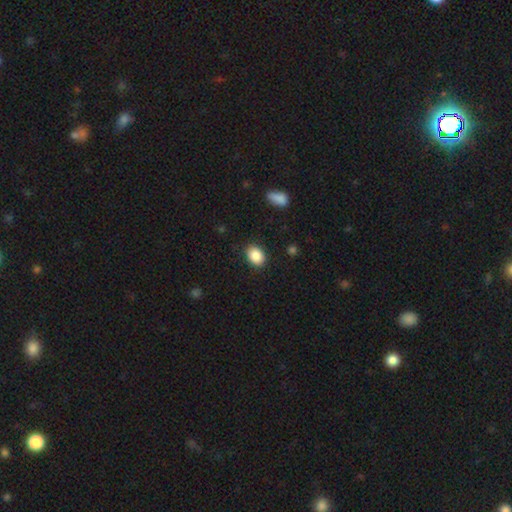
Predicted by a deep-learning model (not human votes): smooth 88%, star or artifact 8%, featured or disk 4%. Down the decision tree: how rounded — in between (71%); merging — none (87%).